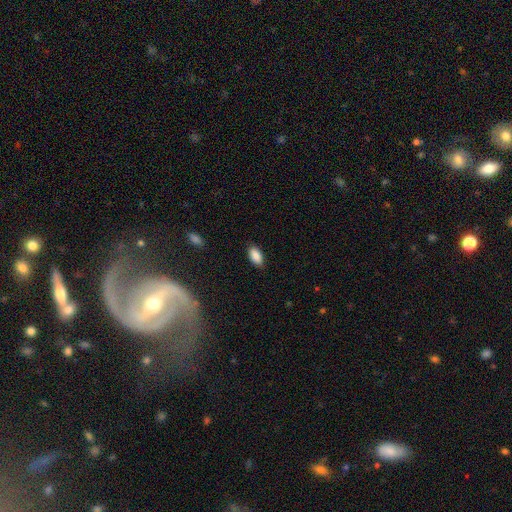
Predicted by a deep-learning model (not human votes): The model was most divided on "merging": none: 85%, minor disturbance: 11%, major disturbance: 2%, merger: 1%. More confident: how rounded — in between (93%); smooth or featured — smooth (88%).